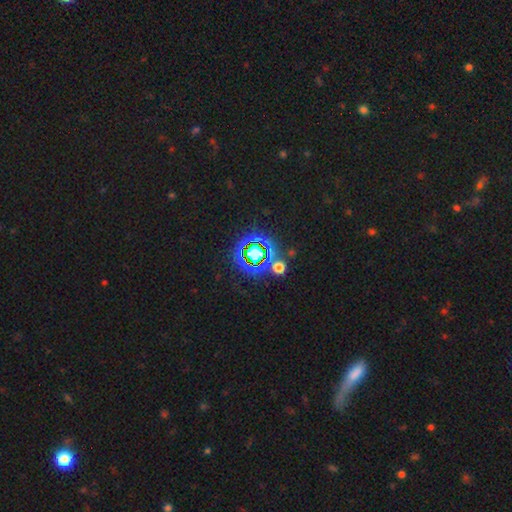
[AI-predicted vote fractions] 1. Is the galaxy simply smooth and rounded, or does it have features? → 67% star or artifact, 23% smooth, 10% featured or disk.